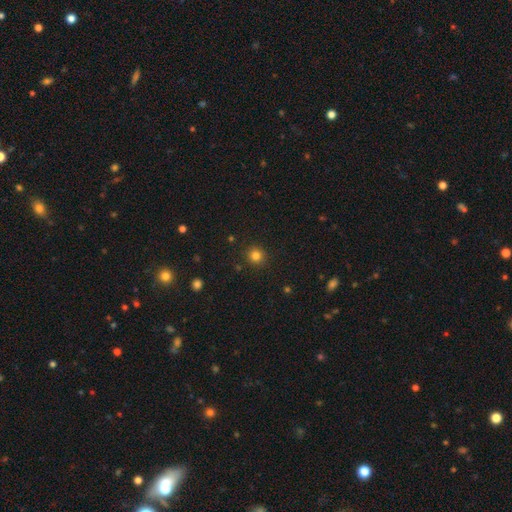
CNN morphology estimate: This is clearly a smooth galaxy (82%). How rounded: clearly round (93%). Merging: clearly none (90%).